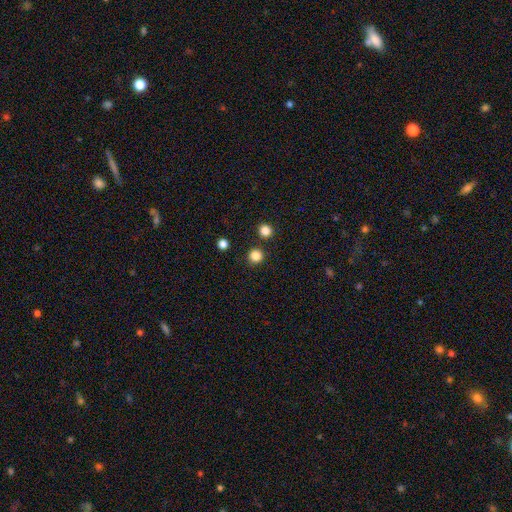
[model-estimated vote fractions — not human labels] A smooth galaxy with no disk features (84%) that is round (94%).

Vote fractions:
- Smooth or featured? smooth: 84% / star or artifact: 13% / featured or disk: 3%
- How rounded? round: 94% / in between: 5% / cigar-shaped: 1%
- Merging? none: 89% / minor disturbance: 5% / merger: 4% / major disturbance: 2%